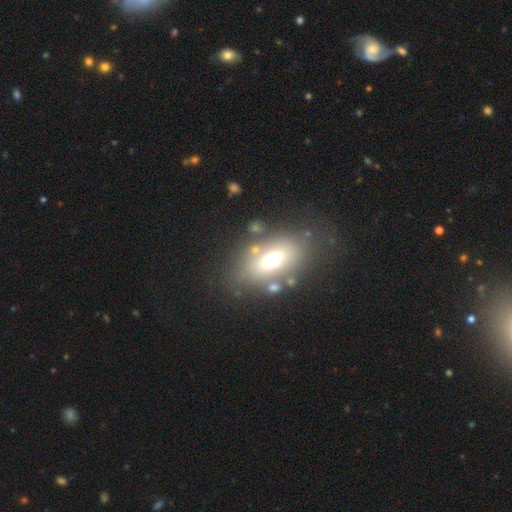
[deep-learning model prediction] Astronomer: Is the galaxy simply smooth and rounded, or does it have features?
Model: featured or disk — 42% (runner-up: smooth, 40%).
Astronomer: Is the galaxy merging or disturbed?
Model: none — 72%.